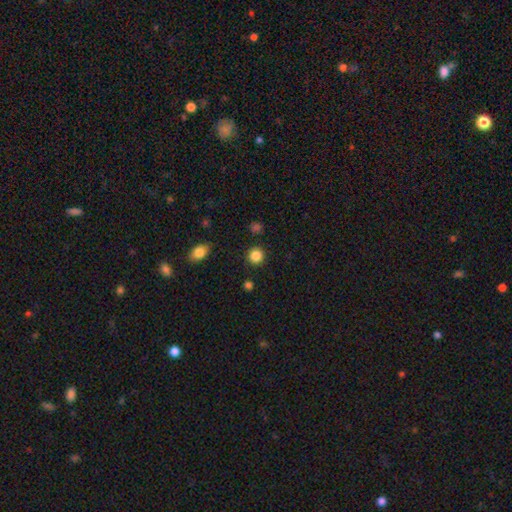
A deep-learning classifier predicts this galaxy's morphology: Smooth or featured: smooth — 86% (star or artifact — 10%)
How rounded: round — 92% (in between — 7%)
Merging: none — 90% (minor disturbance — 6%)